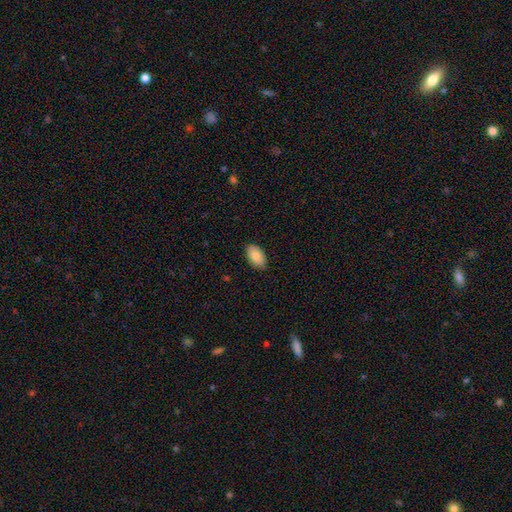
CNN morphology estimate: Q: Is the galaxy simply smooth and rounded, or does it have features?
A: smooth — 86%.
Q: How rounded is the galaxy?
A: in between — 94%.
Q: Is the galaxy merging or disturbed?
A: none — 87%.